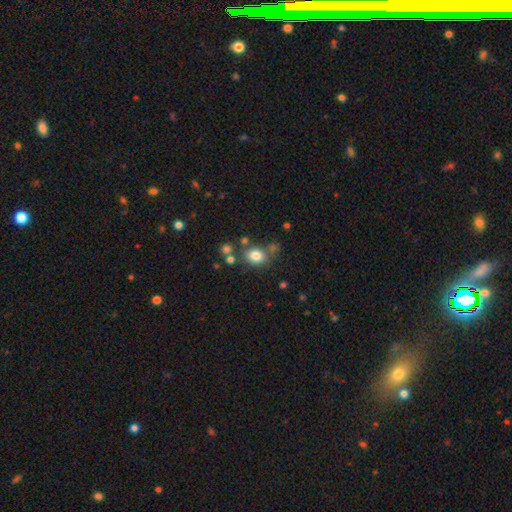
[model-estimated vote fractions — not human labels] This is likely a smooth galaxy (80%). How rounded: possibly round (53%). Merging: likely none (68%).